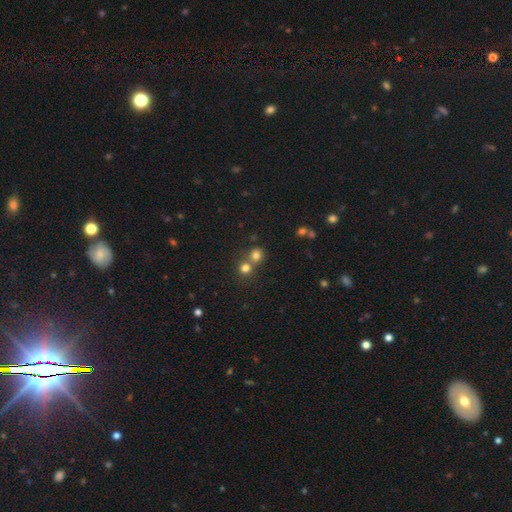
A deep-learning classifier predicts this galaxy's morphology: A smooth galaxy with no disk features (75%) that is round (83%). Merging: none (50%).